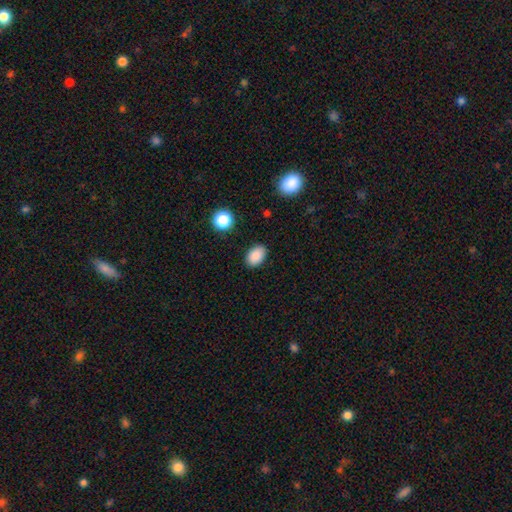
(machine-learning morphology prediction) Smooth or featured? Predicted: smooth (p=0.88). How rounded? Predicted: in between (p=0.85). Merging? Predicted: none (p=0.87).